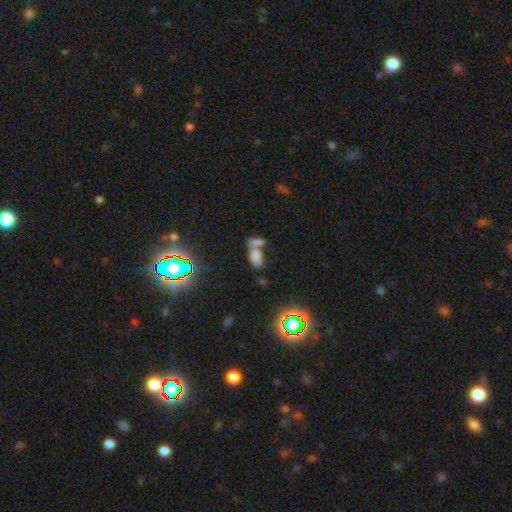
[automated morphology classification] type=smooth (70%); roundness=in between (88%); merging=merger (63%).